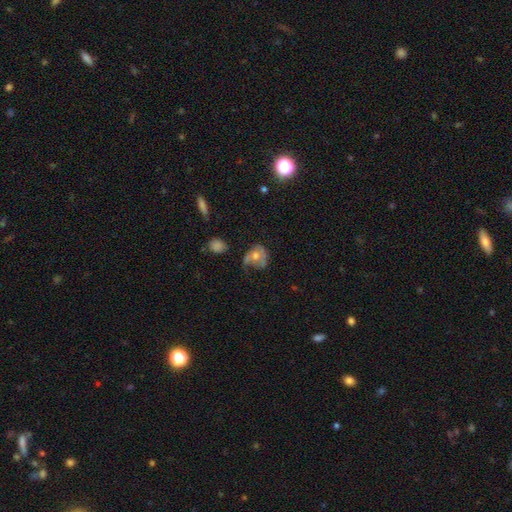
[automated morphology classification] smooth_or_featured: featured or disk (p=0.46) [alt: smooth p=0.43]
merging: none (p=0.37) [alt: major disturbance p=0.29]